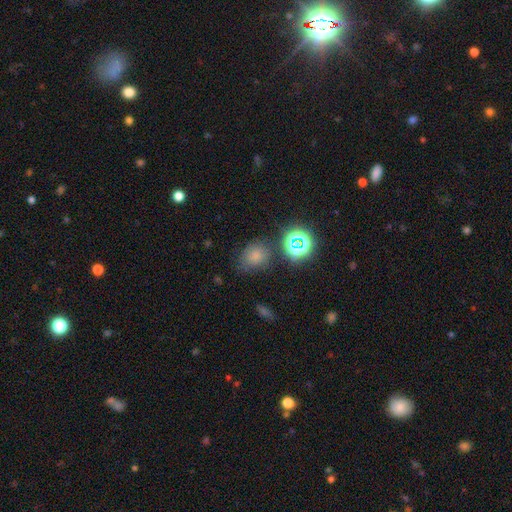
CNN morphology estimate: Smooth or featured: smooth — 68% (star or artifact — 24%)
How rounded: round — 55% (in between — 44%)
Merging: none — 67% (minor disturbance — 19%)